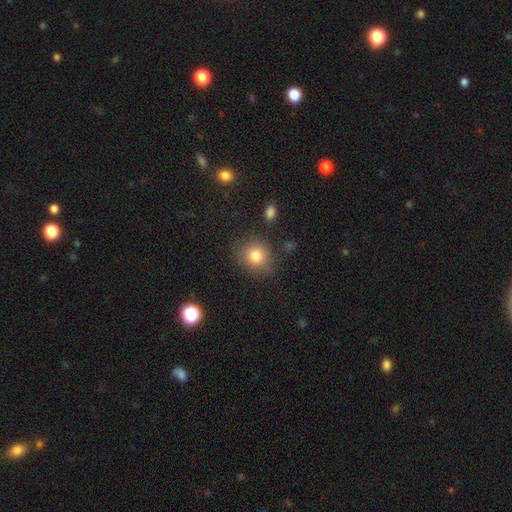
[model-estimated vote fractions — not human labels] Q: Smooth or featured?
A: smooth (81%); runner-up: star or artifact (11%)
Q: How rounded?
A: round (78%); runner-up: in between (20%)
Q: Merging?
A: none (78%); runner-up: minor disturbance (14%)